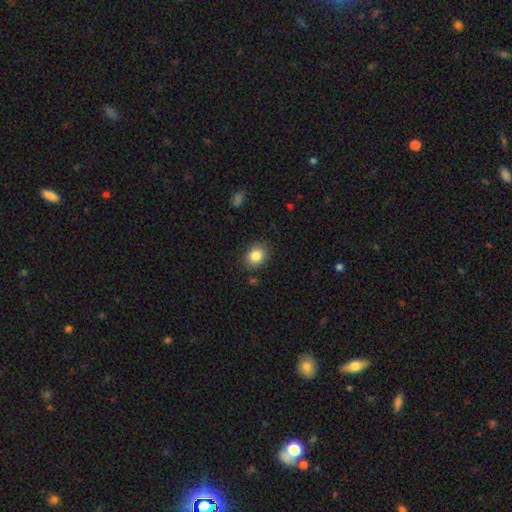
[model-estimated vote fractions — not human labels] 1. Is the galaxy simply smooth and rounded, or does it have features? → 84% smooth, 10% star or artifact, 6% featured or disk.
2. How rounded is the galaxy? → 59% round, 41% in between, 1% cigar-shaped.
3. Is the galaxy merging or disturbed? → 87% none, 9% minor disturbance, 2% major disturbance, 2% merger.